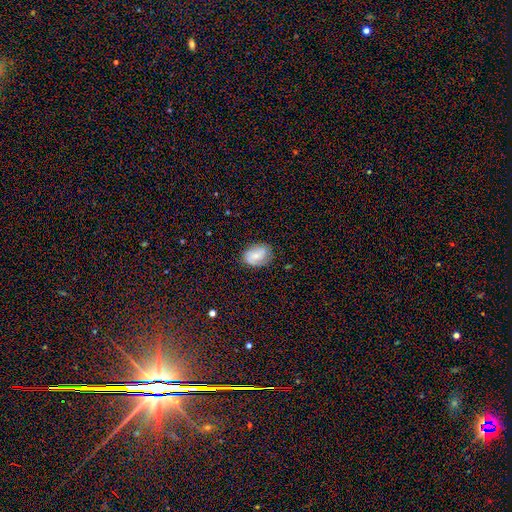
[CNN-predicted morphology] Smooth or featured? smooth (46%)
Merging? none (71%)